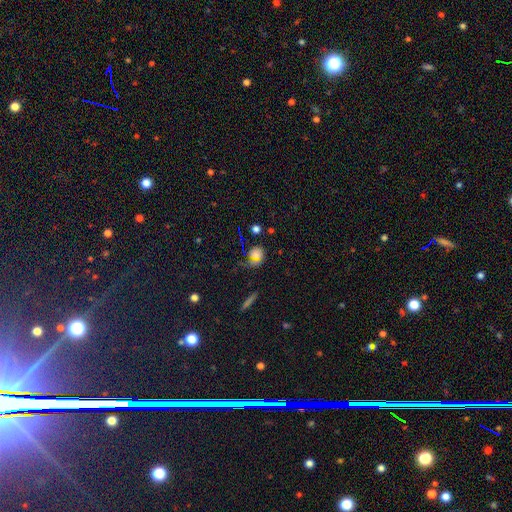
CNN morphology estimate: Overall: smooth (55%; star or artifact 25%). How rounded: round (72%). Merging: none (58%).